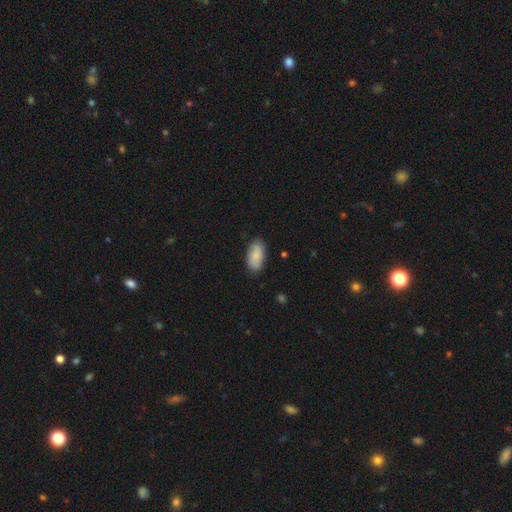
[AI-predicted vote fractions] smooth 83%, featured or disk 11%, star or artifact 6%. Down the decision tree: how rounded — in between (93%); merging — none (83%).